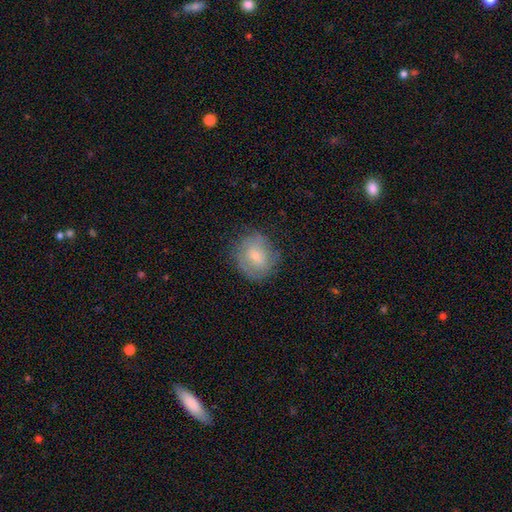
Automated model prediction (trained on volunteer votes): Smooth or featured? smooth (51%)
How rounded? round (75%)
Merging? none (74%)